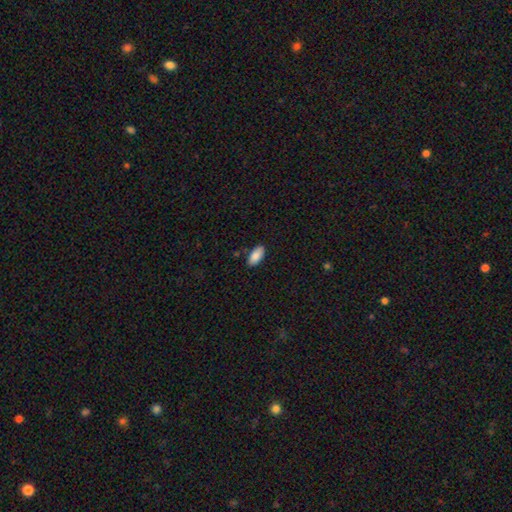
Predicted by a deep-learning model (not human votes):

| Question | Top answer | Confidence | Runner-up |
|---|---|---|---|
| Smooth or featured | smooth | 87% | featured or disk (7%) |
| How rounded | in between | 92% | cigar-shaped (6%) |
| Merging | none | 84% | minor disturbance (11%) |